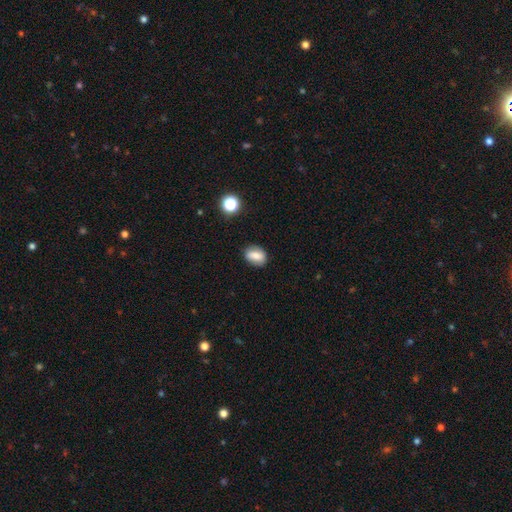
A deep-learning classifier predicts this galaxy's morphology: smooth-or-featured: smooth: 70% | featured or disk: 20% | star or artifact: 10%
  how-rounded: in between: 69% | round: 28% | cigar-shaped: 2%
  merging: none: 79% | minor disturbance: 15% | major disturbance: 4% | merger: 2%